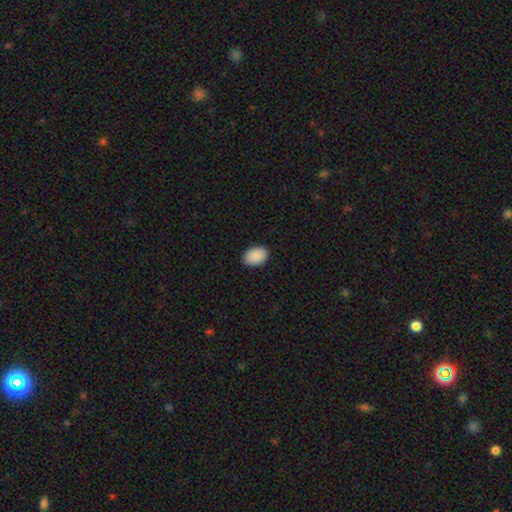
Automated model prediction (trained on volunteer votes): Smooth or featured?
  - smooth: 91% *
  - star or artifact: 7%
  - featured or disk: 2%
How rounded?
  - in between: 87% *
  - round: 12%
  - cigar-shaped: 1%
Merging?
  - none: 90% *
  - minor disturbance: 8%
  - major disturbance: 2%
  - merger: 1%